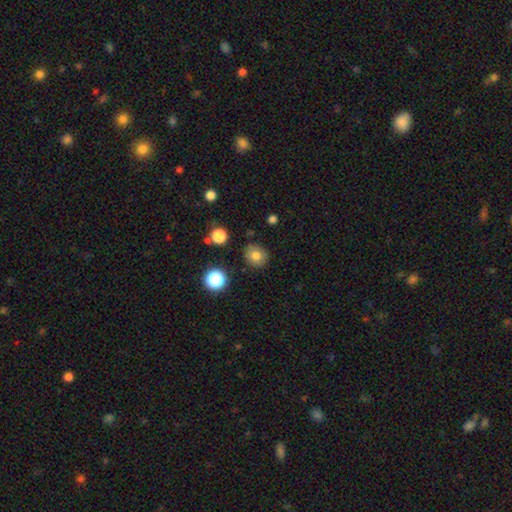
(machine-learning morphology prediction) A smooth galaxy with no disk features (78%) that is round (80%). Merging: none (85%).